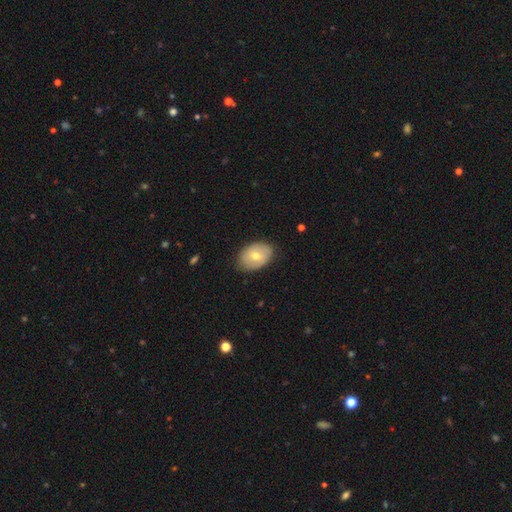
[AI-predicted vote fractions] A smooth galaxy with no disk features (61%) that is in between round and cigar-shaped (80%).

Vote fractions:
- Smooth or featured? smooth: 61% / featured or disk: 32% / star or artifact: 7%
- How rounded? in between: 80% / round: 18% / cigar-shaped: 1%
- Merging? none: 82% / minor disturbance: 14% / major disturbance: 3% / merger: 1%